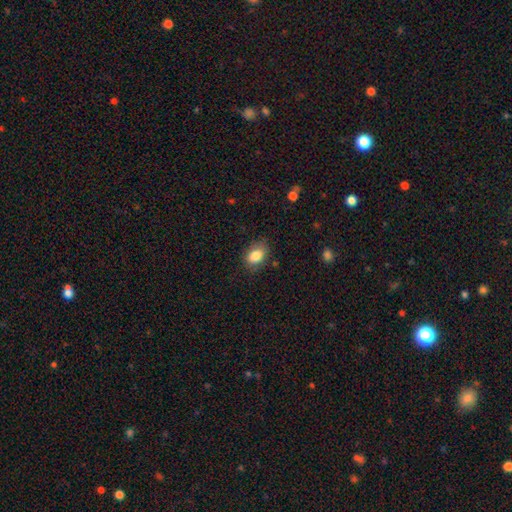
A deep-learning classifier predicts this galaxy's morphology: Overall: smooth (84%). How rounded: in between (79%). Merging: none (76%).